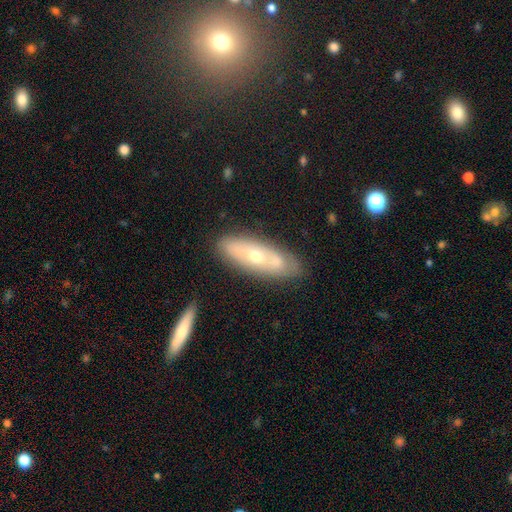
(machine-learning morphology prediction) This is possibly a featured or disk galaxy (52%). It is likely not viewed edge-on (74%). Merging: likely none (73%).